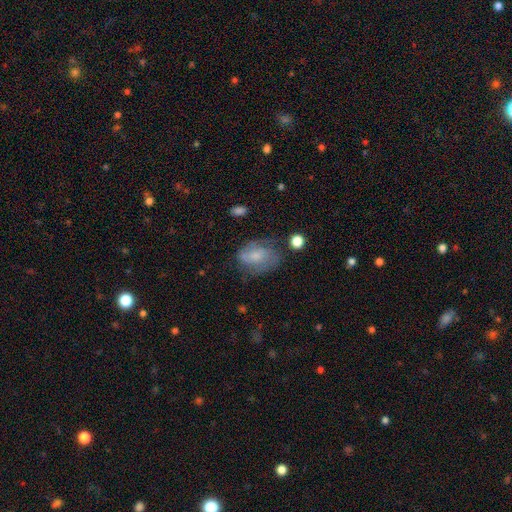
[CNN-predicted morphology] Smooth or featured? Predicted: featured or disk (p=0.46). Merging? Predicted: none (p=0.53).